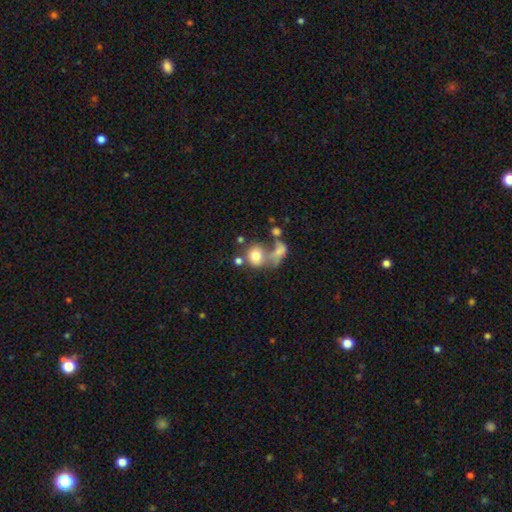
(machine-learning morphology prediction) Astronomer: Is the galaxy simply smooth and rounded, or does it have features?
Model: smooth — 71%.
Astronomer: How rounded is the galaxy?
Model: round — 67%.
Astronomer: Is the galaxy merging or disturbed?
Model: merger — 49% (runner-up: none, 27%).